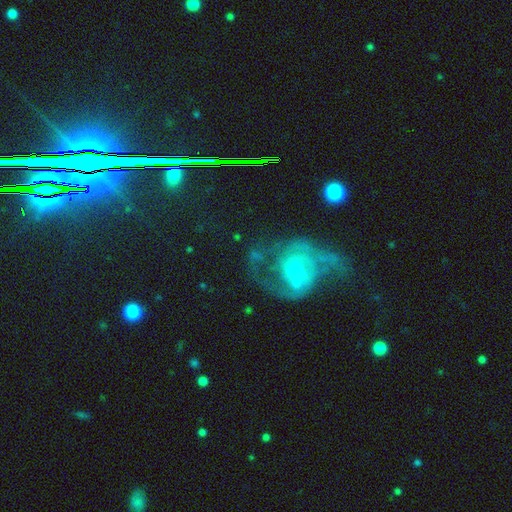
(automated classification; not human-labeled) Smooth or featured? Predicted: featured or disk (p=0.77). Edge-on disk? Predicted: no (p=0.97). Bar? Predicted: no (p=0.61). Spiral arms? Predicted: yes (p=0.90). Spiral winding? Predicted: medium (p=0.48). Spiral arm count? Predicted: 2 (p=0.71). Bulge size? Predicted: small (p=0.57). Merging? Predicted: none (p=0.44).